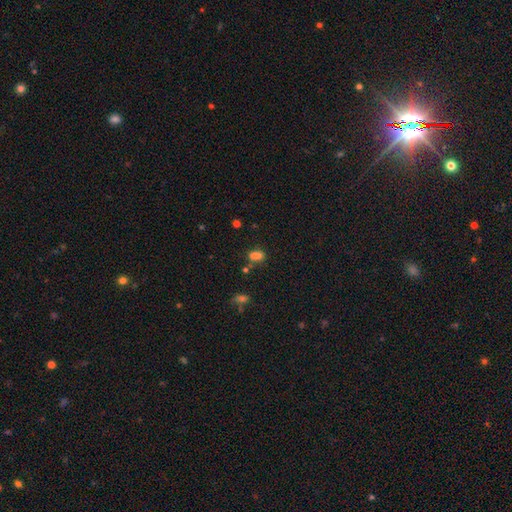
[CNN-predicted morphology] A smooth galaxy with no disk features (78%) that is in between round and cigar-shaped (80%). Merging: none (66%).